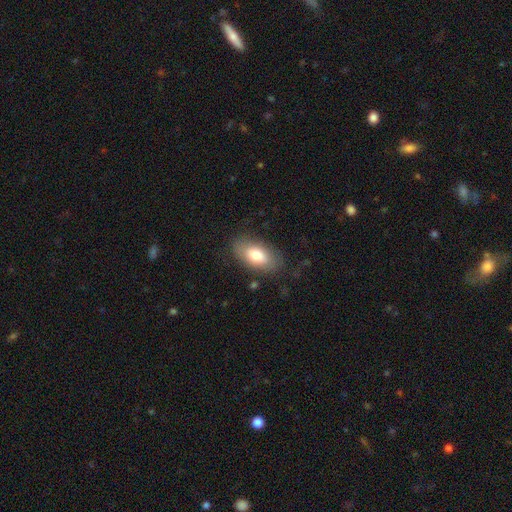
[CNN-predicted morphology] smooth 76%, featured or disk 17%, star or artifact 7%. Down the decision tree: how rounded — in between (92%); merging — none (78%).